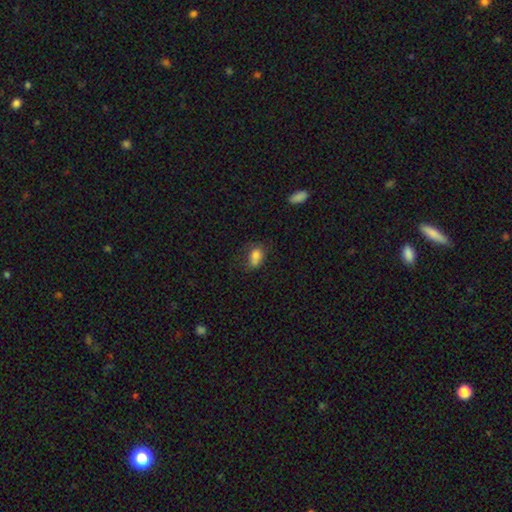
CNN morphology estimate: The model was most divided on "merging": none: 44%, minor disturbance: 29%, major disturbance: 17%, merger: 11%. More confident: smooth or featured — smooth (78%); how rounded — in between (77%).